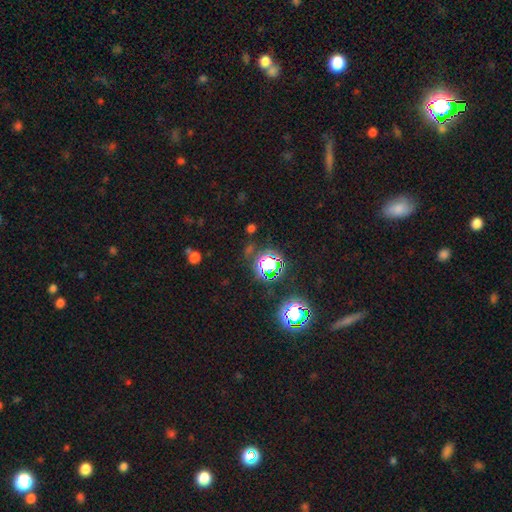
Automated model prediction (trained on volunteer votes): A star or artifact, not a galaxy (73%).

Vote fractions:
- Smooth or featured? star or artifact: 73% / smooth: 18% / featured or disk: 9%